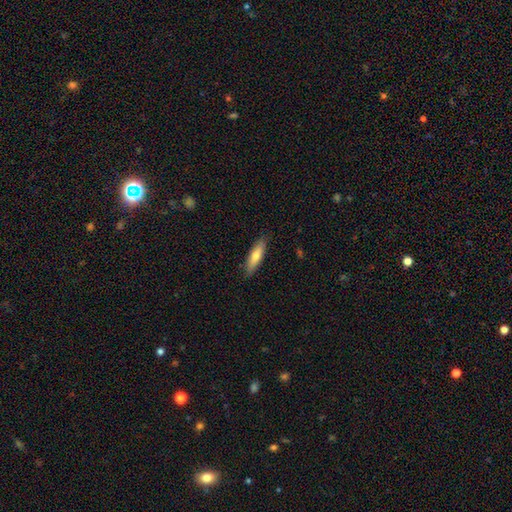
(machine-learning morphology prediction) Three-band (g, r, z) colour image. It shows a smooth galaxy with no disk features (65%) that is cigar-shaped (69%). Merging: none (87%).